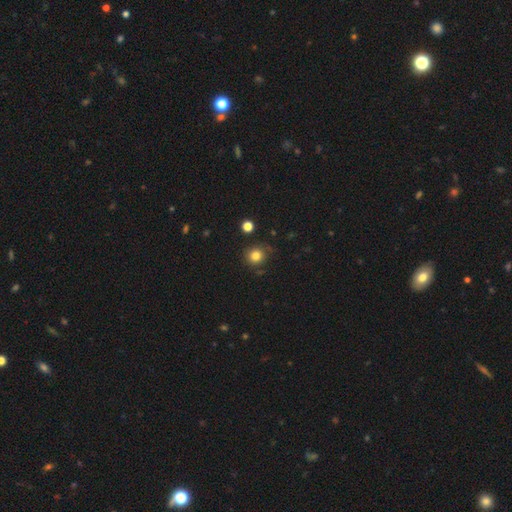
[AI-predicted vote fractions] Smooth or featured?
  - smooth: 82% *
  - star or artifact: 12%
  - featured or disk: 6%
How rounded?
  - round: 89% *
  - in between: 10%
  - cigar-shaped: 1%
Merging?
  - none: 80% *
  - minor disturbance: 13%
  - major disturbance: 4%
  - merger: 3%